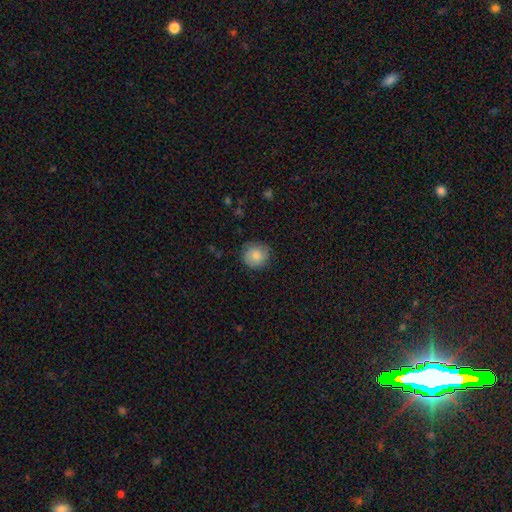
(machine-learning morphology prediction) Smooth or featured?
  - smooth: 80% *
  - featured or disk: 13%
  - star or artifact: 7%
How rounded?
  - round: 89% *
  - in between: 10%
  - cigar-shaped: 1%
Merging?
  - none: 80% *
  - minor disturbance: 16%
  - major disturbance: 3%
  - merger: 1%